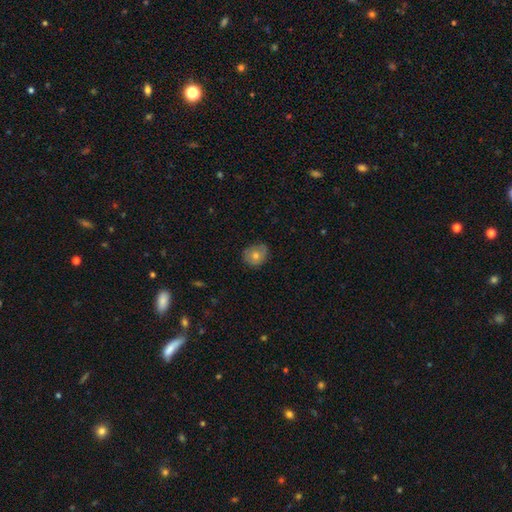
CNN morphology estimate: Smooth or featured? smooth (69%)
How rounded? round (70%)
Merging? none (74%)